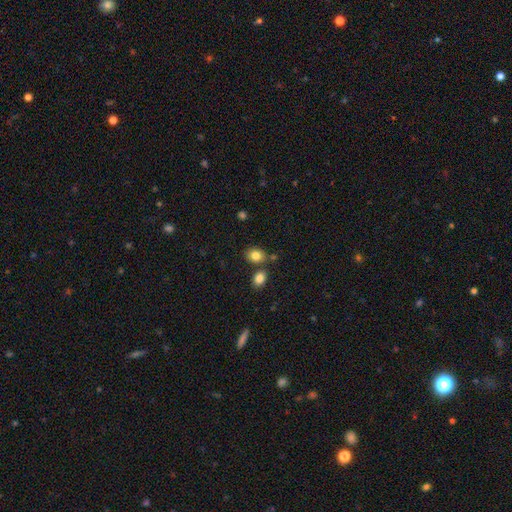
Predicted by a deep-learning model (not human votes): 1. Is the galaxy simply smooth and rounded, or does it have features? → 83% smooth, 10% star or artifact, 7% featured or disk.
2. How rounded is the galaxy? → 62% in between, 37% round, 1% cigar-shaped.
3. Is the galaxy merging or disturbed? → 71% none, 15% merger, 12% minor disturbance, 3% major disturbance.